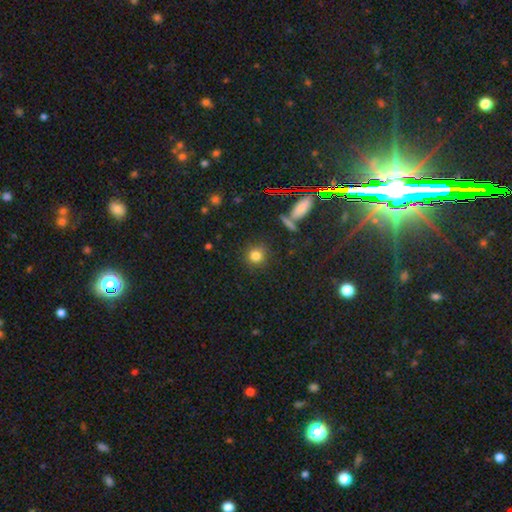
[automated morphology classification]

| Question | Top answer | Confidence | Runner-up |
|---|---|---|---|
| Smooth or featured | smooth | 79% | star or artifact (14%) |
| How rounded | round | 90% | in between (8%) |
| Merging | none | 87% | minor disturbance (7%) |